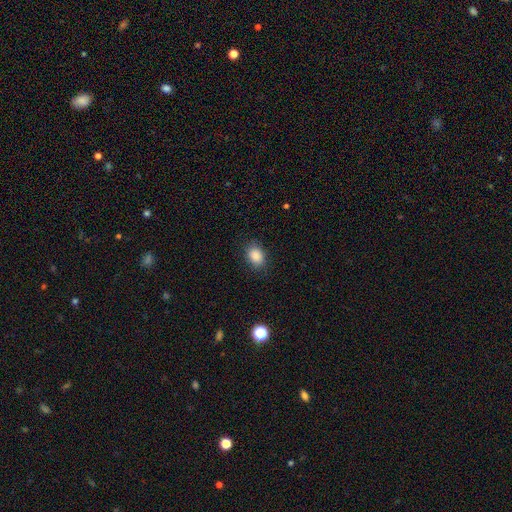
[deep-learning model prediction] A smooth galaxy with no disk features (87%) that is in between round and cigar-shaped (67%).

Vote fractions:
- Smooth or featured? smooth: 87% / star or artifact: 9% / featured or disk: 4%
- How rounded? in between: 67% / round: 32% / cigar-shaped: 1%
- Merging? none: 84% / minor disturbance: 11% / major disturbance: 3% / merger: 1%